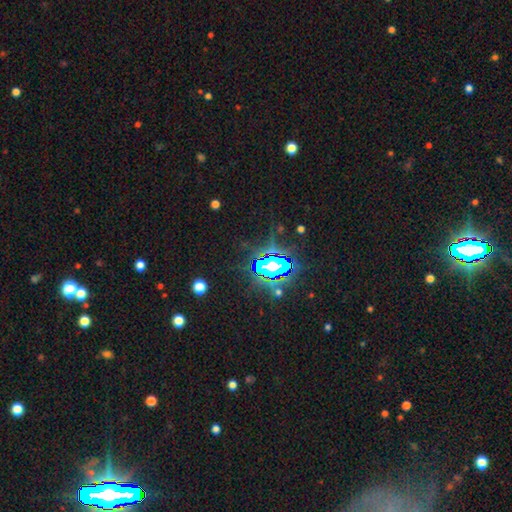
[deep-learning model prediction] smooth_or_featured: star or artifact (p=0.82) [alt: smooth p=0.11]